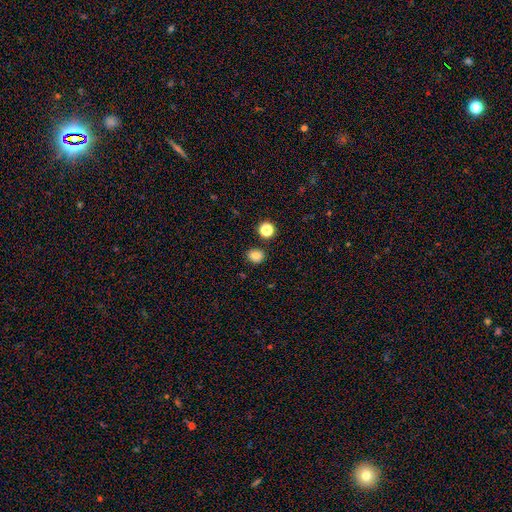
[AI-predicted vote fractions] A smooth galaxy with no disk features (83%) that is round (70%).

Vote fractions:
- Smooth or featured? smooth: 83% / star or artifact: 12% / featured or disk: 5%
- How rounded? round: 70% / in between: 29% / cigar-shaped: 1%
- Merging? none: 85% / minor disturbance: 8% / merger: 4% / major disturbance: 2%